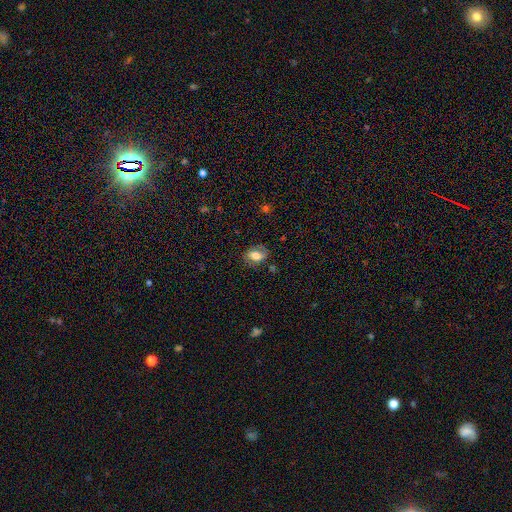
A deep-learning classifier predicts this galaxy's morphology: Smooth or featured: smooth — 69% (featured or disk — 23%)
How rounded: in between — 80% (round — 19%)
Merging: none — 73% (minor disturbance — 19%)